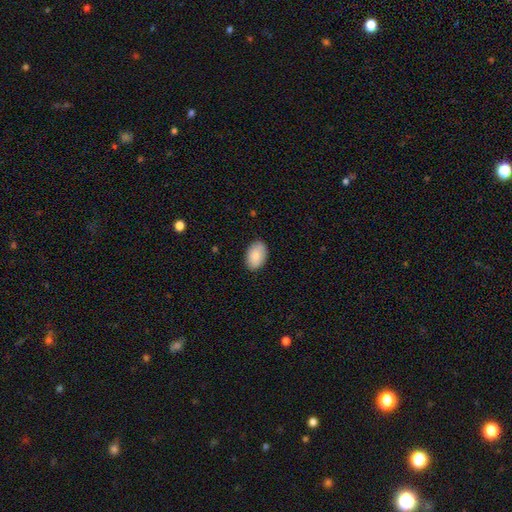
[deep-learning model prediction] Smooth or featured? Predicted: smooth (p=0.86). How rounded? Predicted: in between (p=0.90). Merging? Predicted: none (p=0.86).